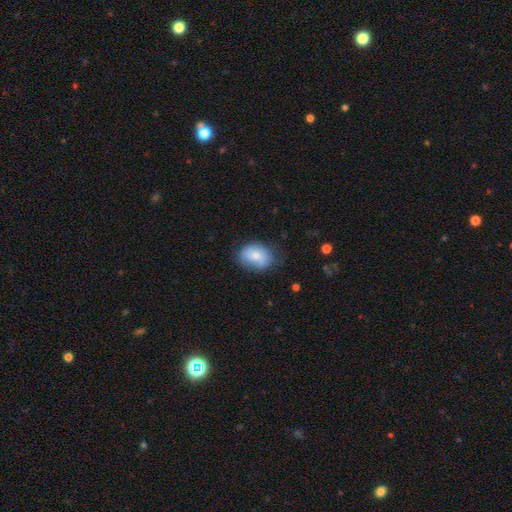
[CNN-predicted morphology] smooth_or_featured: smooth (p=0.74) [alt: featured or disk p=0.19]
how_rounded: in between (p=0.64) [alt: round p=0.35]
merging: none (p=0.61) [alt: minor disturbance p=0.28]